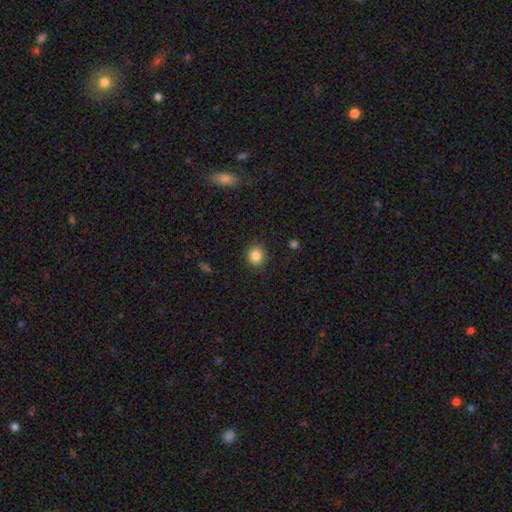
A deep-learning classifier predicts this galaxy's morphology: A smooth galaxy with no disk features (85%) that is round (88%).

Vote fractions:
- Smooth or featured? smooth: 85% / star or artifact: 11% / featured or disk: 5%
- How rounded? round: 88% / in between: 11% / cigar-shaped: 1%
- Merging? none: 90% / minor disturbance: 7% / major disturbance: 2% / merger: 1%